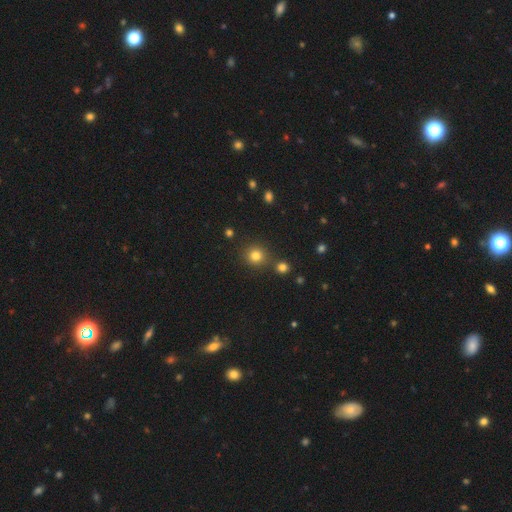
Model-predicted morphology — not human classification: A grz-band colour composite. It shows a smooth galaxy with no disk features (80%) that is round (91%). Merging: none (80%).